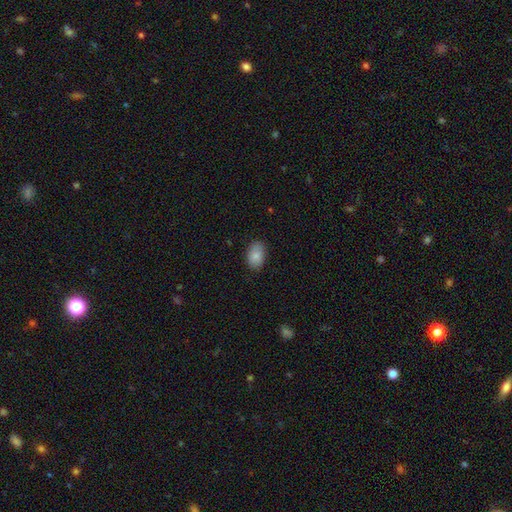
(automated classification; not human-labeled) A smooth galaxy with no disk features (85%) that is in between round and cigar-shaped (88%). Merging: none (83%).